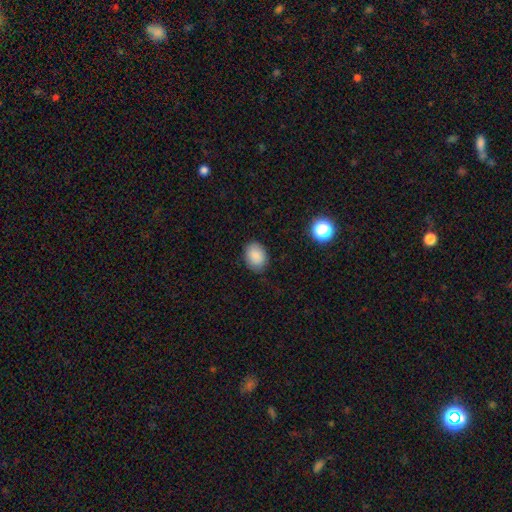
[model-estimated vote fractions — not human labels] Overall: smooth (88%). How rounded: in between (68%; round 31%). Merging: none (83%).